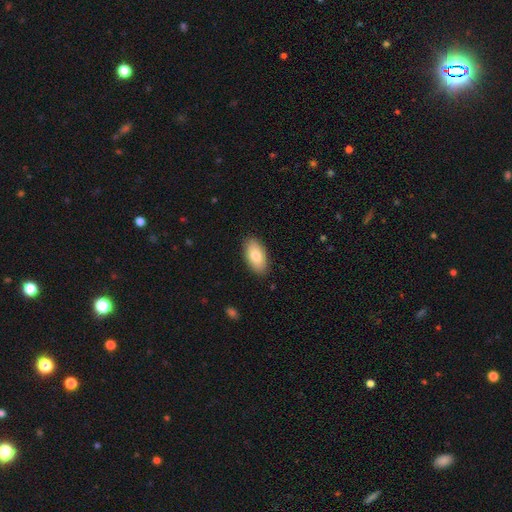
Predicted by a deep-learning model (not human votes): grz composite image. It shows a smooth galaxy with no disk features (81%) that is in between round and cigar-shaped (94%). Merging: none (88%).